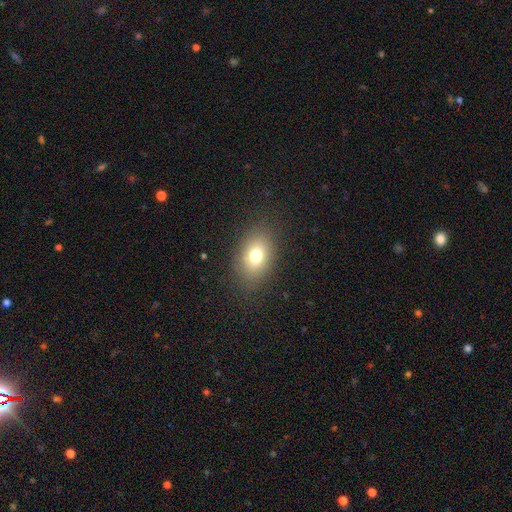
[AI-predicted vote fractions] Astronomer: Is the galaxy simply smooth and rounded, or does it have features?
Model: smooth — 74%.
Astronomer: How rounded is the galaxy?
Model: in between — 76%.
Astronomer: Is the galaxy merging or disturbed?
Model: none — 83%.